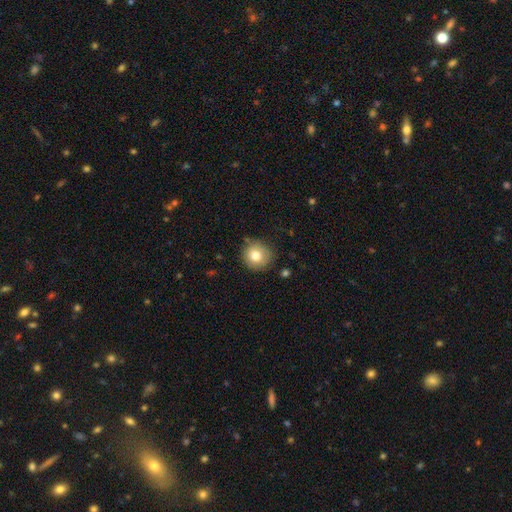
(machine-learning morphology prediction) smooth_or_featured: smooth (p=0.80) [alt: featured or disk p=0.11]
how_rounded: round (p=0.90) [alt: in between p=0.09]
merging: none (p=0.81) [alt: minor disturbance p=0.14]